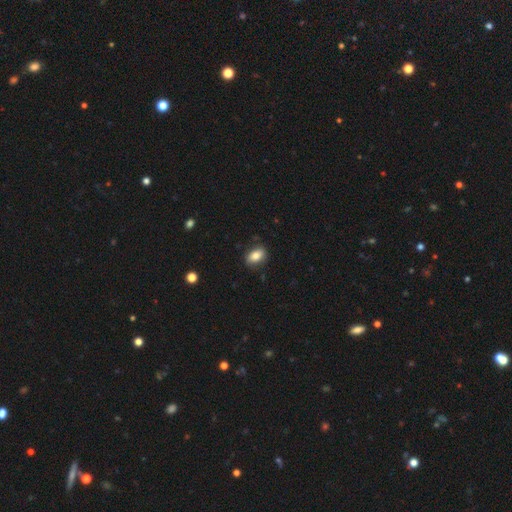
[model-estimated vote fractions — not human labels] smooth-or-featured: smooth: 80% | featured or disk: 11% | star or artifact: 8%
  how-rounded: in between: 82% | round: 16% | cigar-shaped: 2%
  merging: none: 83% | minor disturbance: 13% | major disturbance: 3% | merger: 1%